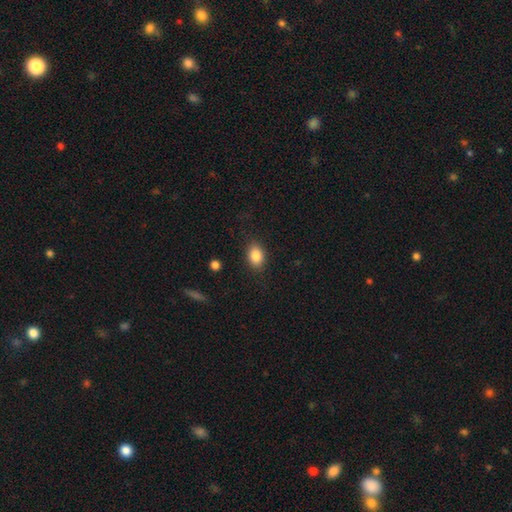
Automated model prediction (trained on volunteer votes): Smooth or featured: smooth — 86% (star or artifact — 8%)
How rounded: in between — 76% (round — 23%)
Merging: none — 85% (minor disturbance — 10%)